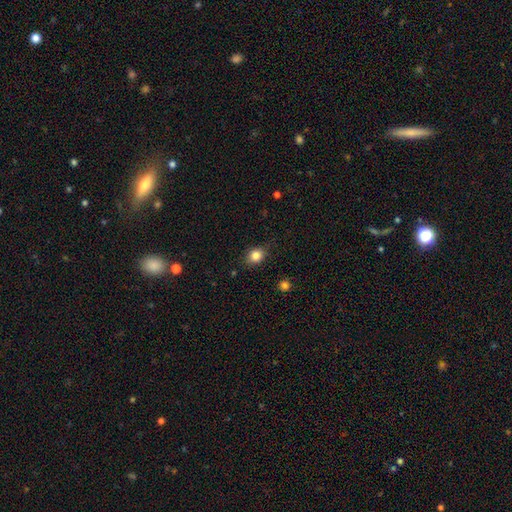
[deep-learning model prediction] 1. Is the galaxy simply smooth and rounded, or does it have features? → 83% smooth, 10% star or artifact, 6% featured or disk.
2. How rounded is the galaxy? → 53% round, 46% in between, 1% cigar-shaped.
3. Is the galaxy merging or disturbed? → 81% none, 15% minor disturbance, 3% major disturbance, 1% merger.